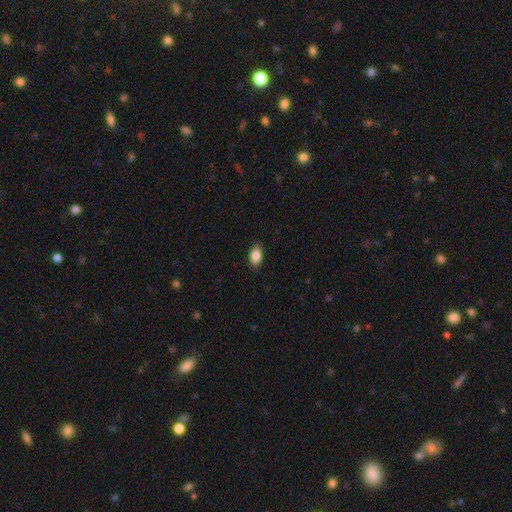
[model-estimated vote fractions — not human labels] The model was most divided on "merging": none: 89%, minor disturbance: 8%, major disturbance: 2%, merger: 1%. More confident: how rounded — in between (91%); smooth or featured — smooth (88%).